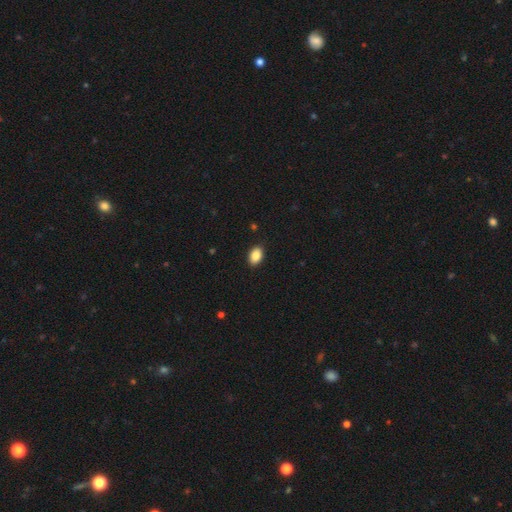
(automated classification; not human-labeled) smooth_or_featured: smooth (p=0.88) [alt: star or artifact p=0.08]
how_rounded: in between (p=0.87) [alt: round p=0.12]
merging: none (p=0.89) [alt: minor disturbance p=0.08]